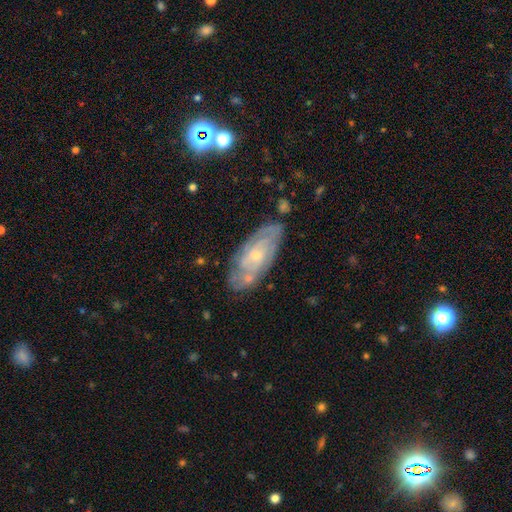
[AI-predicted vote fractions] Smooth or featured? Predicted: featured or disk (p=0.71). Edge-on disk? Predicted: no (p=0.90). Bar? Predicted: no (p=0.73). Spiral arms? Predicted: yes (p=0.81). Spiral winding? Predicted: tight (p=0.60). Spiral arm count? Predicted: can't tell (p=0.51). Bulge size? Predicted: small (p=0.69). Merging? Predicted: none (p=0.70).